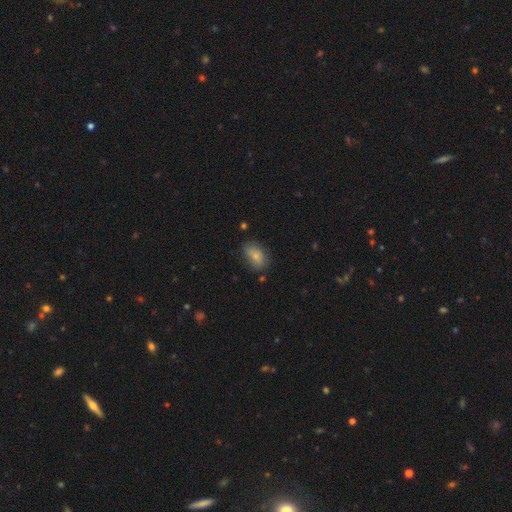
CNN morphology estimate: This appears to be a smooth galaxy with no disk features (78%) that is in between round and cigar-shaped (87%). Merging: none (71%).